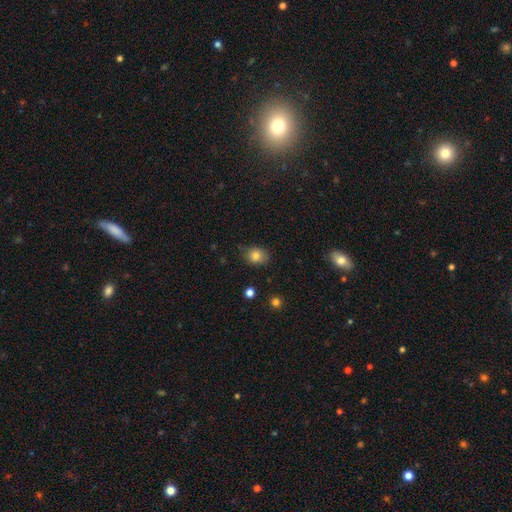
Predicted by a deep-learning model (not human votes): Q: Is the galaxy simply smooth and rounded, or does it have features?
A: smooth — 81%.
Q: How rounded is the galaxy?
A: round — 51%.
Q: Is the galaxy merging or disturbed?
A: none — 78%.